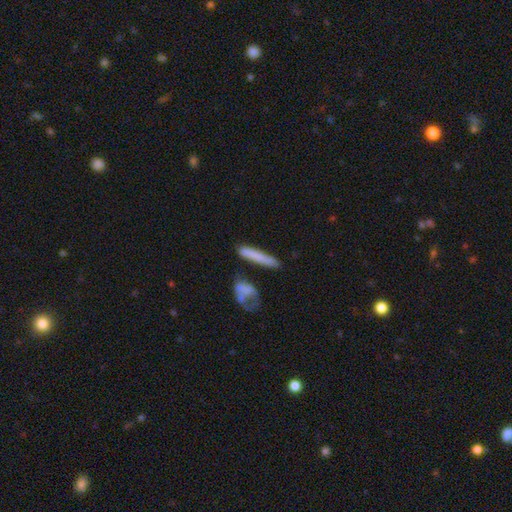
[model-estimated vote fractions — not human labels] smooth 67%, featured or disk 25%, star or artifact 8%. Down the decision tree: how rounded — cigar-shaped (90%); merging — none (67%).